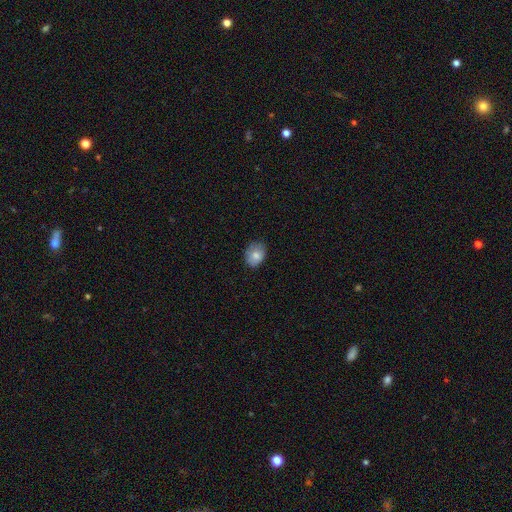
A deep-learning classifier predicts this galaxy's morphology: Overall: smooth (81%). How rounded: in between (65%; round 34%). Merging: none (78%).